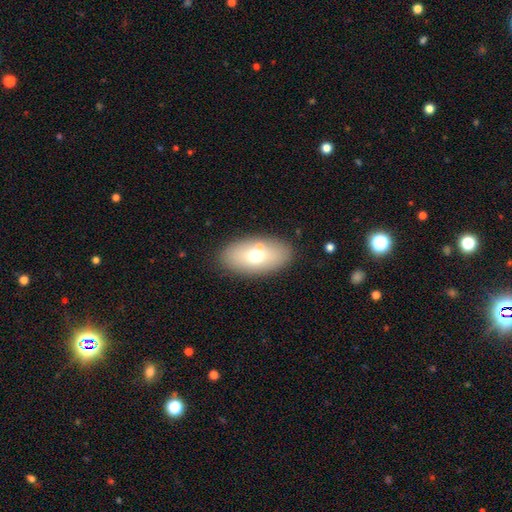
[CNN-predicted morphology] smooth-or-featured: smooth: 65% | featured or disk: 25% | star or artifact: 9%
  how-rounded: in between: 91% | round: 6% | cigar-shaped: 3%
  merging: none: 79% | minor disturbance: 10% | merger: 8% | major disturbance: 4%